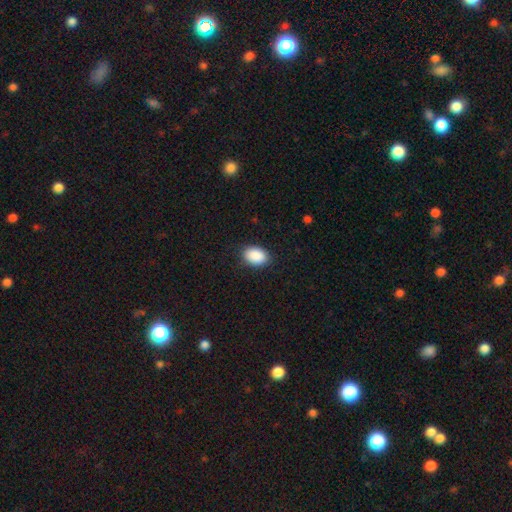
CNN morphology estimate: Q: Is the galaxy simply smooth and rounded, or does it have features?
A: smooth — 90%.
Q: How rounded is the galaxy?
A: in between — 84%.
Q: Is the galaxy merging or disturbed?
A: none — 88%.